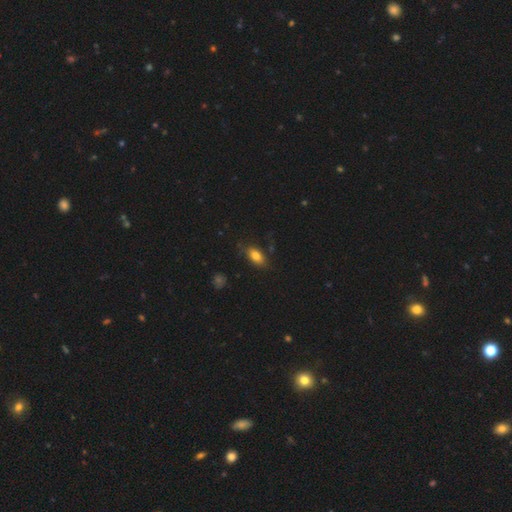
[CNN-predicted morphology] smooth-or-featured: smooth: 79% | featured or disk: 12% | star or artifact: 9%
  how-rounded: in between: 87% | cigar-shaped: 7% | round: 6%
  merging: none: 75% | minor disturbance: 18% | major disturbance: 5% | merger: 2%